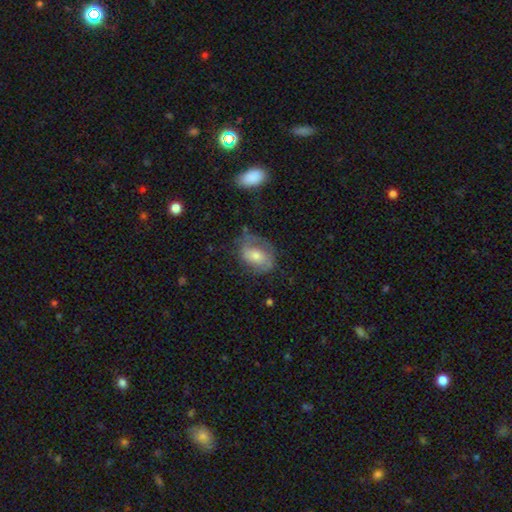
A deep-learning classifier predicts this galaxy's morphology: Q: Smooth or featured?
A: featured or disk (51%); runner-up: smooth (41%)
Q: Edge-on disk?
A: no (95%); runner-up: yes (5%)
Q: Merging?
A: none (55%); runner-up: minor disturbance (25%)